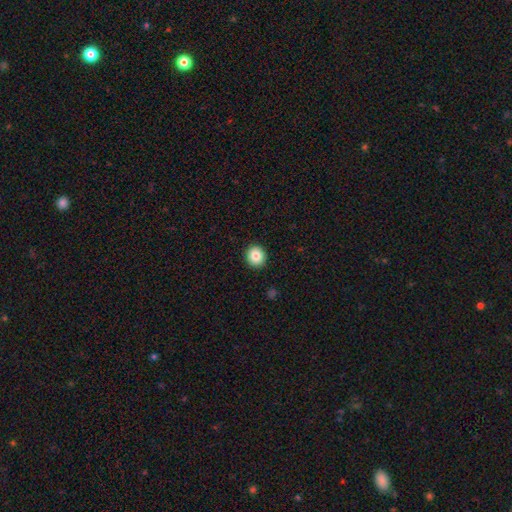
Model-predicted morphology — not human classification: smooth 84%, star or artifact 9%, featured or disk 7%. Down the decision tree: how rounded — round (89%); merging — none (92%).